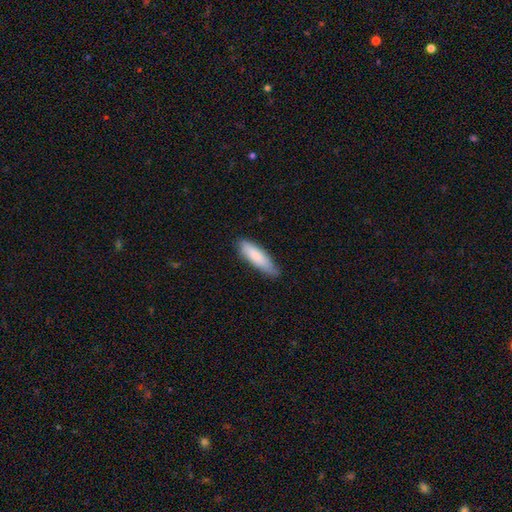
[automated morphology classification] type=smooth (83%); roundness=cigar-shaped (61%); merging=none (70%).